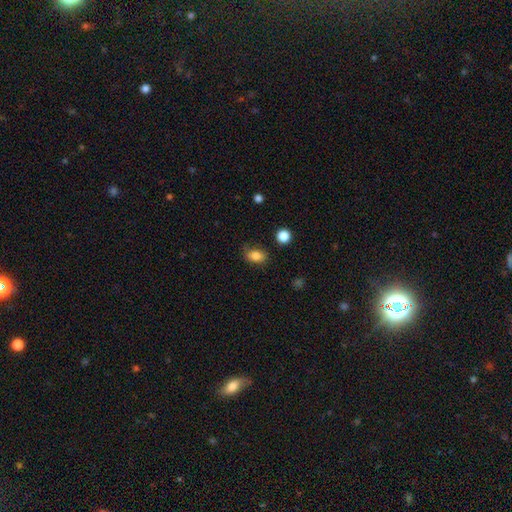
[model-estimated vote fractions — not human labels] Morphology: type=smooth (83%); roundness=in between (81%); merging=none (73%).